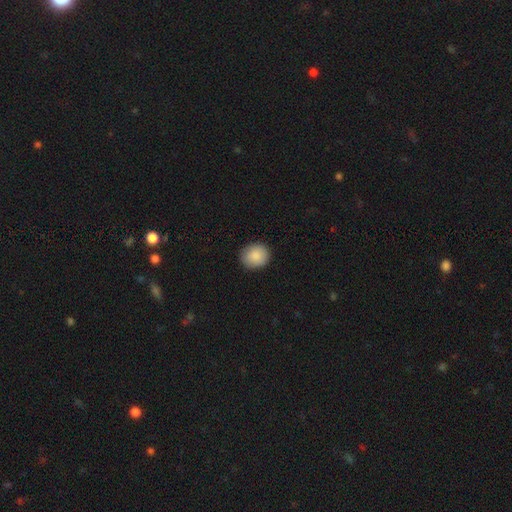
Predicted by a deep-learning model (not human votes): smooth 89%, star or artifact 7%, featured or disk 4%. Down the decision tree: how rounded — round (74%); merging — none (88%).